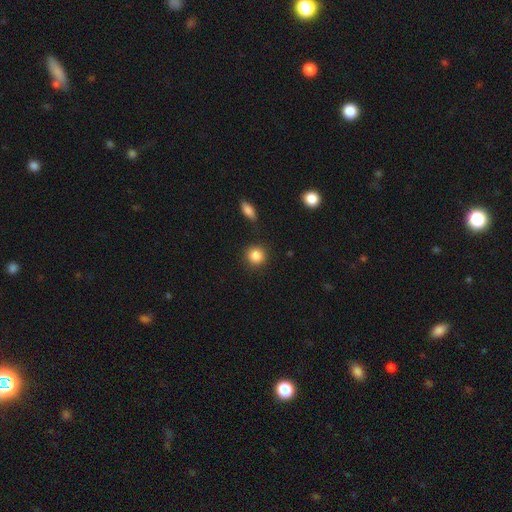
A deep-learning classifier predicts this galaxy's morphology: Smooth or featured?
  - smooth: 87% *
  - star or artifact: 9%
  - featured or disk: 4%
How rounded?
  - round: 89% *
  - in between: 10%
  - cigar-shaped: 1%
Merging?
  - none: 87% *
  - minor disturbance: 8%
  - major disturbance: 3%
  - merger: 3%